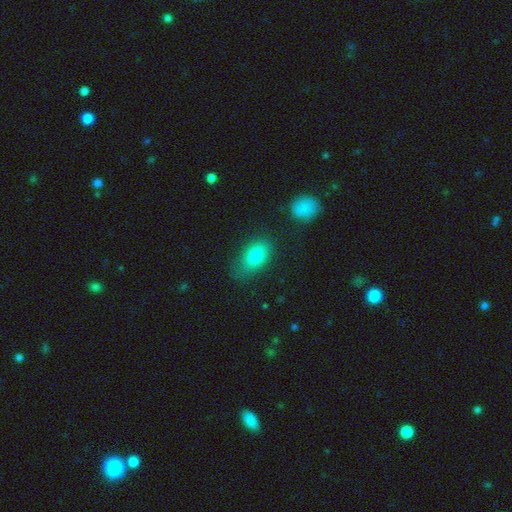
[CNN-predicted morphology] Overall: smooth (83%). How rounded: in between (89%). Merging: none (69%).